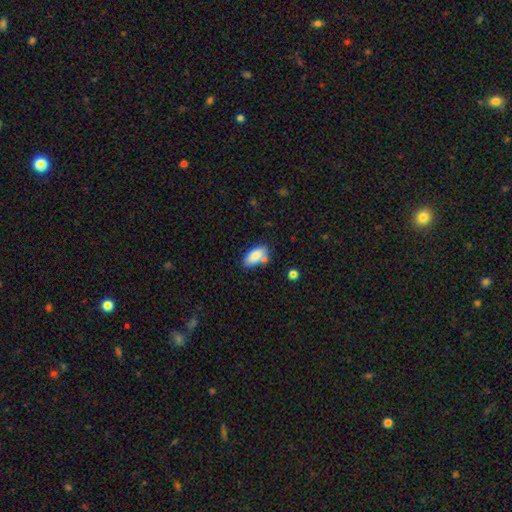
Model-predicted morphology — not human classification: Smooth or featured: smooth — 83% (featured or disk — 10%)
How rounded: in between — 90% (cigar-shaped — 7%)
Merging: none — 64% (minor disturbance — 18%)